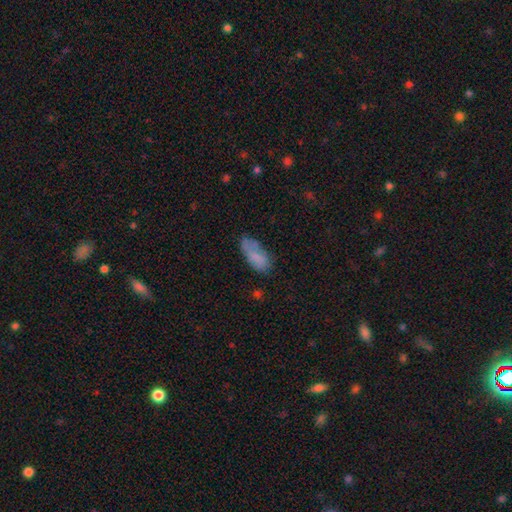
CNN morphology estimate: This is likely a smooth galaxy (74%). How rounded: clearly in between (83%). Merging: possibly none (49%).